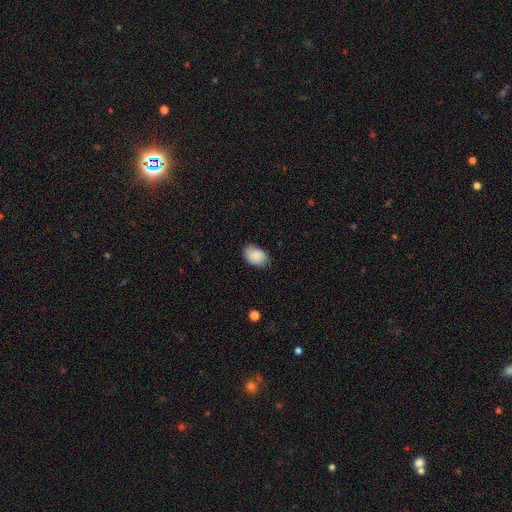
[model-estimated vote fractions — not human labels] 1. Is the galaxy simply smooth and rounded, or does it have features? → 88% smooth, 7% star or artifact, 6% featured or disk.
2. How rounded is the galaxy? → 87% in between, 12% round, 1% cigar-shaped.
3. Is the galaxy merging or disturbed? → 78% none, 18% minor disturbance, 3% major disturbance, 1% merger.